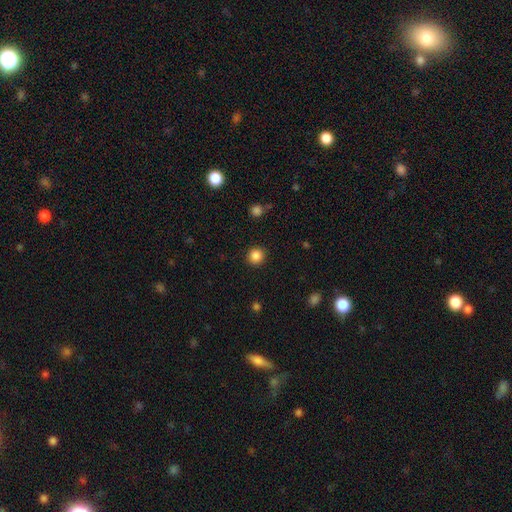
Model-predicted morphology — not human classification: smooth-or-featured: smooth: 86% | star or artifact: 11% | featured or disk: 3%
  how-rounded: round: 92% | in between: 7% | cigar-shaped: 1%
  merging: none: 91% | minor disturbance: 6% | major disturbance: 2% | merger: 1%